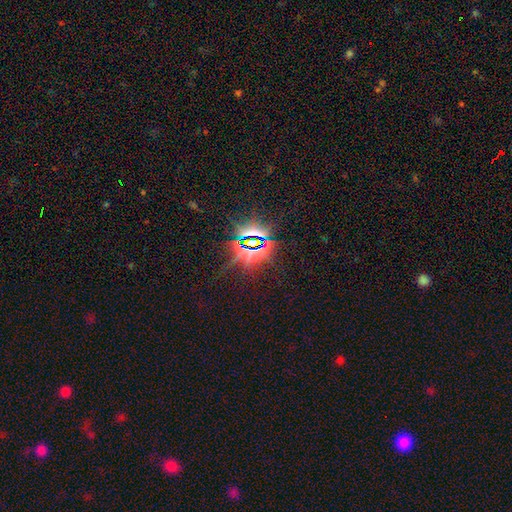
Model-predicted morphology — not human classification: Smooth or featured? Predicted: star or artifact (p=0.85).